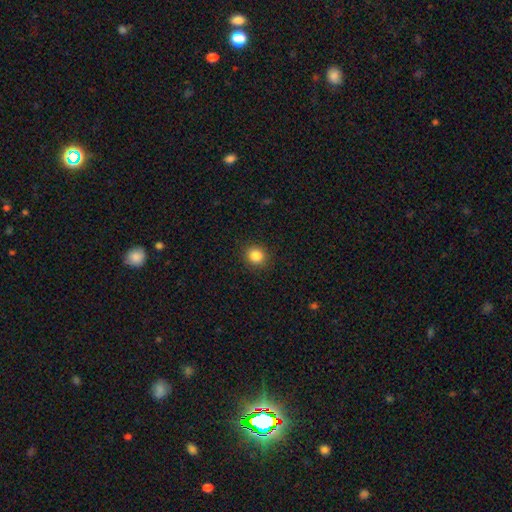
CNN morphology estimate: type=smooth (85%); roundness=round (85%); merging=none (91%).